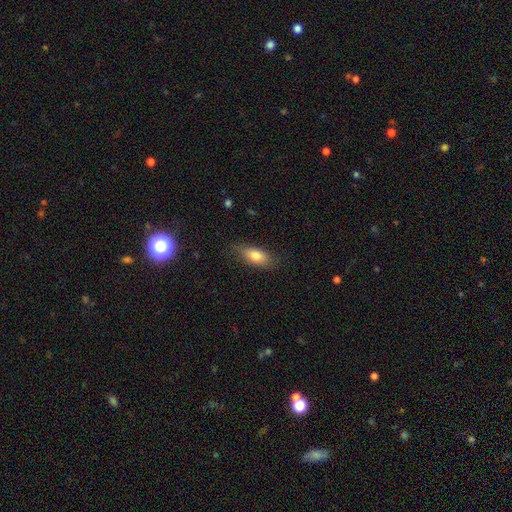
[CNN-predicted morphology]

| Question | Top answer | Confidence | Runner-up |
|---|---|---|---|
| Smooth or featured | smooth | 78% | featured or disk (15%) |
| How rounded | in between | 82% | cigar-shaped (14%) |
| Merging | none | 78% | minor disturbance (17%) |